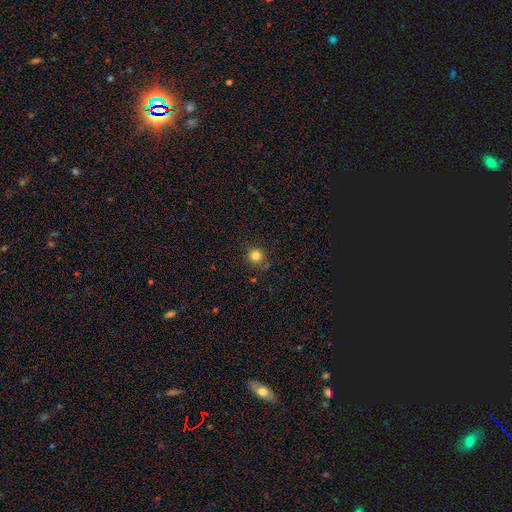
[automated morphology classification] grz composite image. It shows a smooth galaxy with no disk features (82%) that is round (92%). Merging: none (84%).